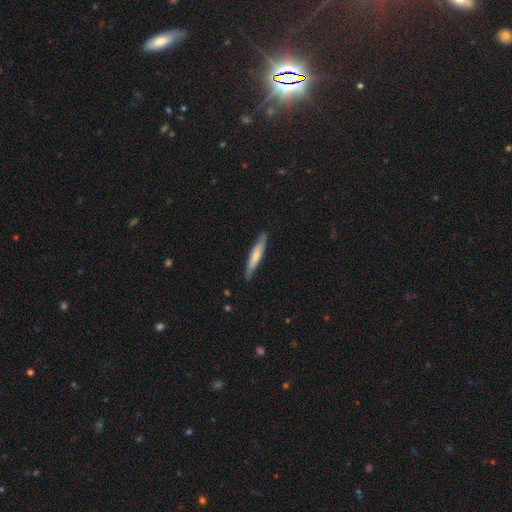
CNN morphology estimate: Smooth or featured? smooth (62%)
How rounded? cigar-shaped (91%)
Merging? none (83%)